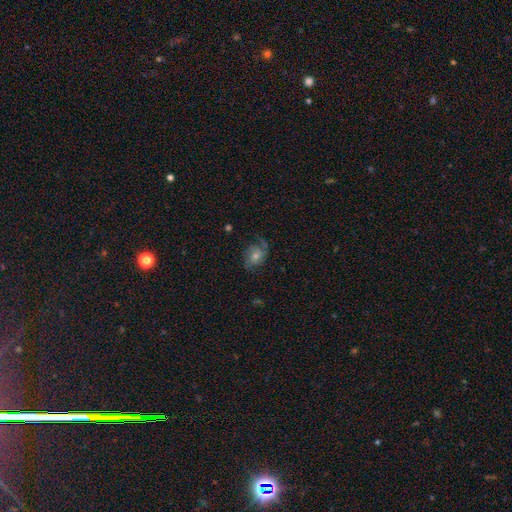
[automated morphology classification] The model was most divided on "spiral winding": medium: 44%, tight: 34%, loose: 22%. Remaining: edge-on disk — no (97%); spiral arms — yes (91%); bar — no (70%); merging — none (68%); smooth or featured — featured or disk (66%); bulge size — moderate (51%); spiral arm count — 2 (45%).